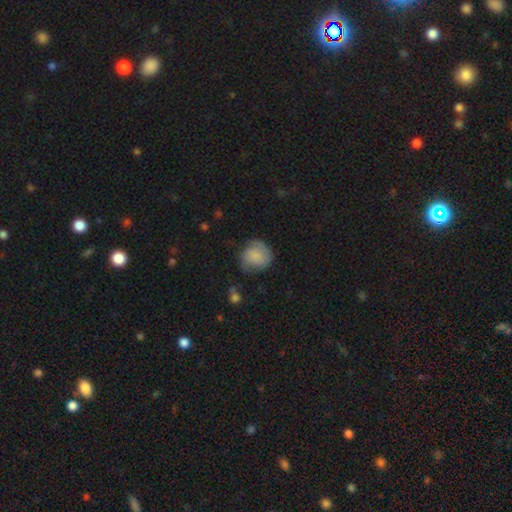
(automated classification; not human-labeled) The model was most divided on "merging": none: 60%, minor disturbance: 27%, major disturbance: 11%, merger: 2%. More confident: how rounded — round (83%); smooth or featured — smooth (69%).